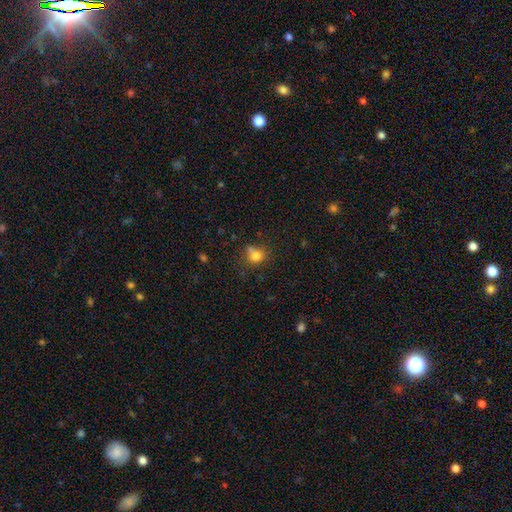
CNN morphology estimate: This is likely a smooth galaxy (76%). How rounded: likely round (66%). Merging: possibly none (49%).